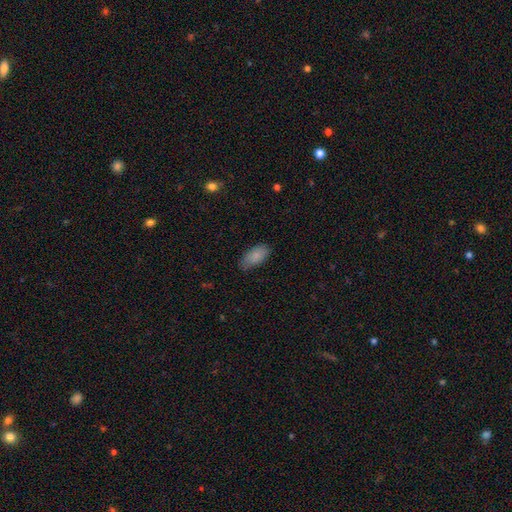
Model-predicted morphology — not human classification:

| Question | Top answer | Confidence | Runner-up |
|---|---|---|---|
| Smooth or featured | smooth | 87% | featured or disk (7%) |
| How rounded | in between | 92% | cigar-shaped (6%) |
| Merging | none | 74% | minor disturbance (22%) |